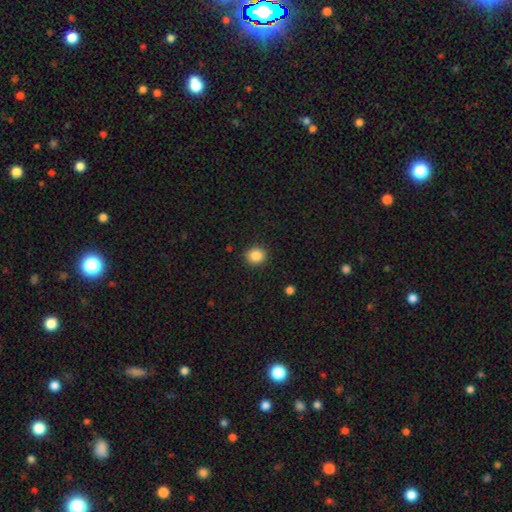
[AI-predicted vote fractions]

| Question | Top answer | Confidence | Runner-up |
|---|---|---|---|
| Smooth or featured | smooth | 86% | star or artifact (10%) |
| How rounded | round | 84% | in between (15%) |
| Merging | none | 91% | minor disturbance (6%) |